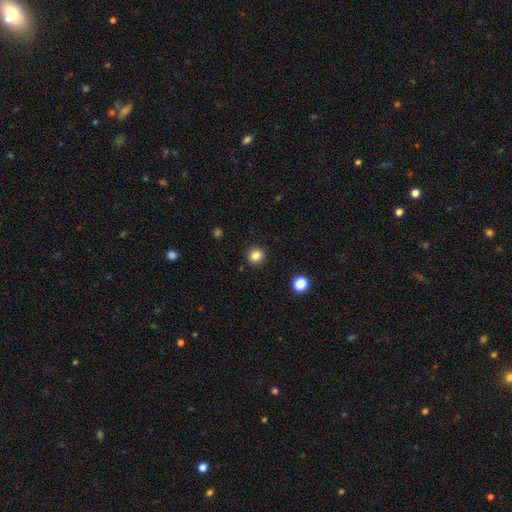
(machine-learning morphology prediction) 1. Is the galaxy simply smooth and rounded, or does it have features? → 84% smooth, 12% star or artifact, 5% featured or disk.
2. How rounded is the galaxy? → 94% round, 6% in between, 1% cigar-shaped.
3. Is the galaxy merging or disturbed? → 92% none, 5% minor disturbance, 2% major disturbance, 1% merger.